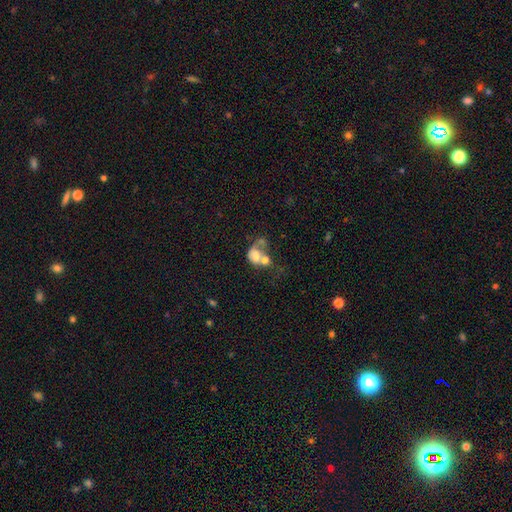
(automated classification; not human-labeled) Smooth or featured? smooth (58%)
How rounded? in between (55%)
Merging? merger (62%)